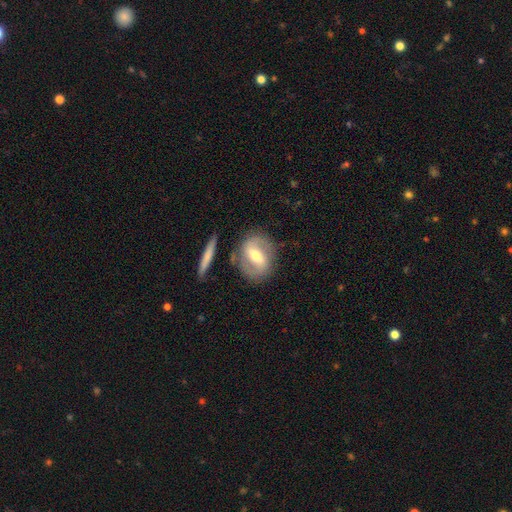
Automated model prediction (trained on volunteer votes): Smooth or featured? Predicted: featured or disk (p=0.69). Edge-on disk? Predicted: no (p=0.93). Bar? Predicted: strong (p=0.46). Spiral arms? Predicted: yes (p=0.78). Spiral winding? Predicted: medium (p=0.46). Spiral arm count? Predicted: 2 (p=0.86). Bulge size? Predicted: moderate (p=0.68). Merging? Predicted: none (p=0.77).